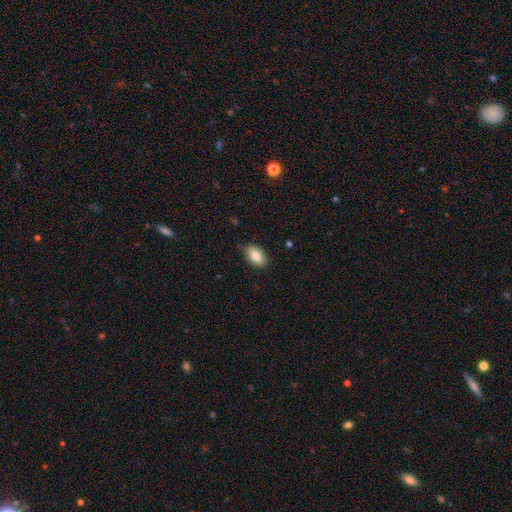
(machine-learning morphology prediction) The model was most divided on "merging": none: 82%, minor disturbance: 15%, major disturbance: 2%, merger: 1%. More confident: how rounded — in between (92%); smooth or featured — smooth (83%).